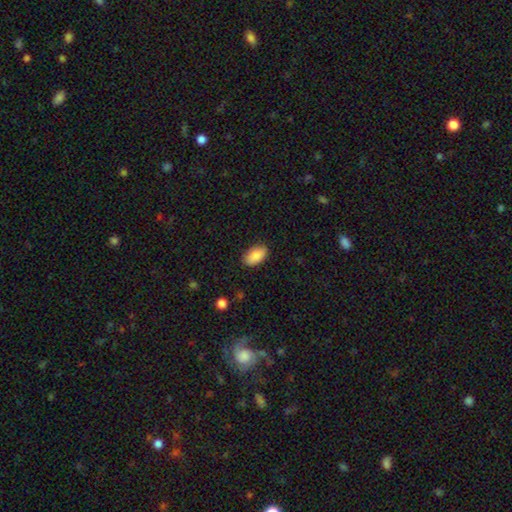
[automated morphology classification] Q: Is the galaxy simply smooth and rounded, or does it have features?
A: smooth — 87%.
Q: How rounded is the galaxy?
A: in between — 93%.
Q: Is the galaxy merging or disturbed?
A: none — 85%.